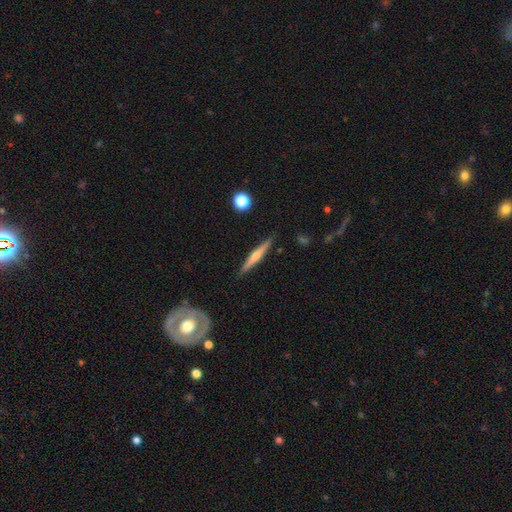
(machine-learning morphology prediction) Smooth or featured? Predicted: featured or disk (p=0.54). Edge-on disk? Predicted: yes (p=0.97). Edge-on bulge? Predicted: rounded (p=0.68). Merging? Predicted: none (p=0.89).